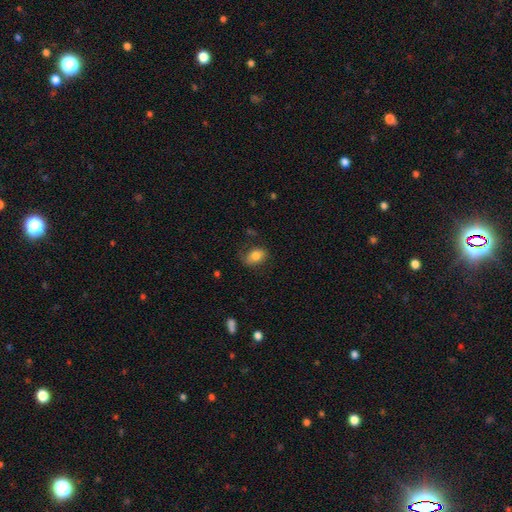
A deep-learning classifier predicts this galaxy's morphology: The model was most divided on "merging": none: 68%, minor disturbance: 22%, major disturbance: 8%, merger: 2%. More confident: smooth or featured — smooth (79%); how rounded — in between (74%).